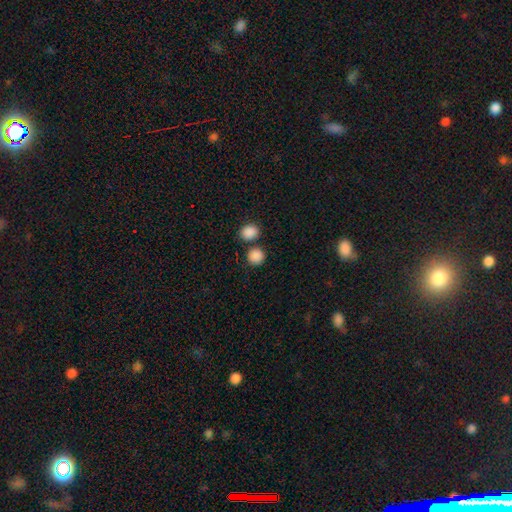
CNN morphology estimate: Smooth or featured?
  - smooth: 88% *
  - star or artifact: 9%
  - featured or disk: 3%
How rounded?
  - round: 87% *
  - in between: 12%
  - cigar-shaped: 1%
Merging?
  - none: 73% *
  - merger: 16%
  - minor disturbance: 8%
  - major disturbance: 3%